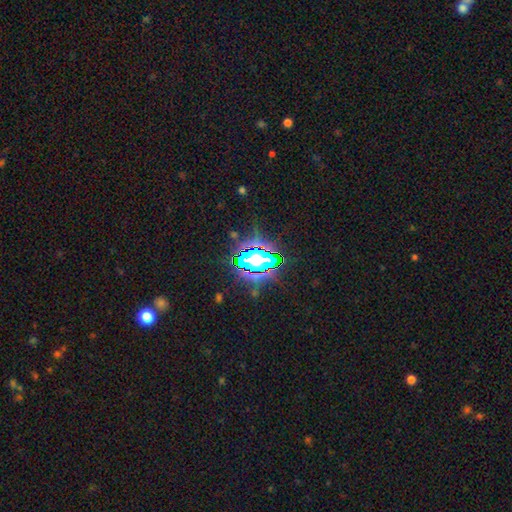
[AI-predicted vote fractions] A star or artifact, not a galaxy (77%).